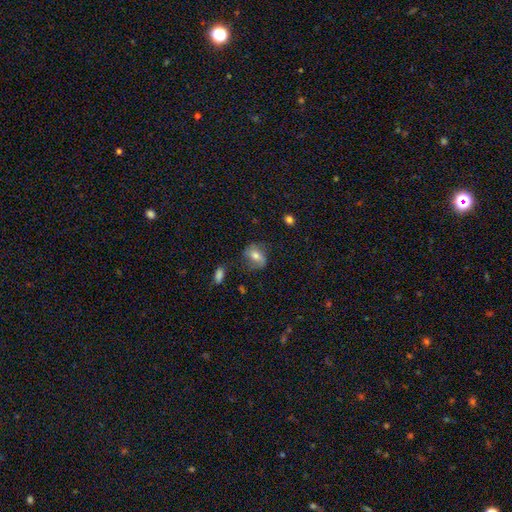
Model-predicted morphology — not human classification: Smooth or featured? Predicted: smooth (p=0.55). How rounded? Predicted: in between (p=0.60). Merging? Predicted: none (p=0.63).